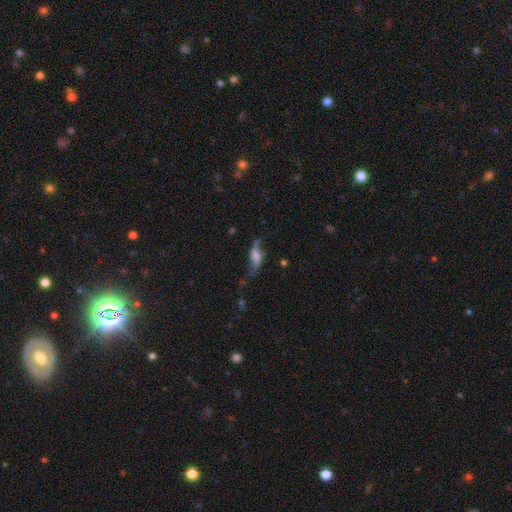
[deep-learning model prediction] featured or disk 64%, smooth 26%, star or artifact 10%. Down the decision tree: edge-on disk — no (77%); merging — none (47%).